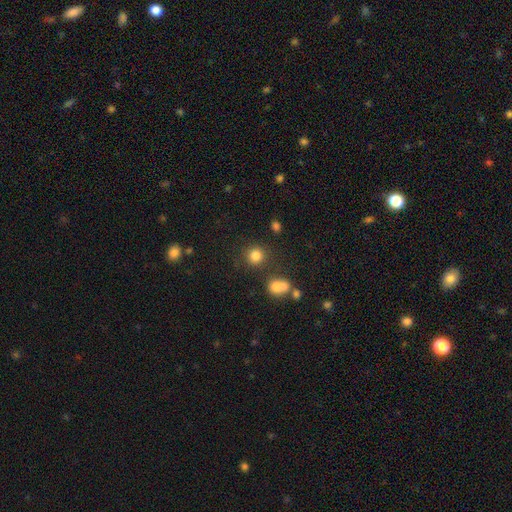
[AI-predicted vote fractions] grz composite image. It shows a smooth galaxy with no disk features (81%) that is round (89%). Merging: none (80%).